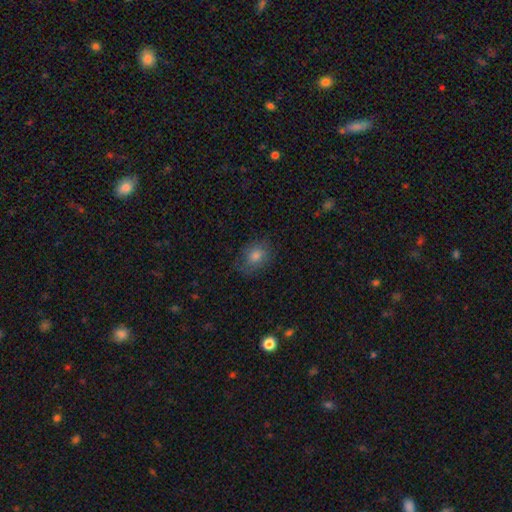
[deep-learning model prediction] smooth_or_featured: smooth (p=0.71) [alt: featured or disk p=0.16]
how_rounded: in between (p=0.50) [alt: round p=0.49]
merging: none (p=0.72) [alt: minor disturbance p=0.20]